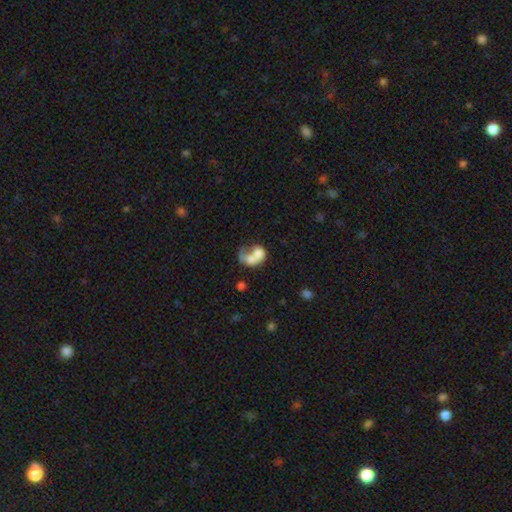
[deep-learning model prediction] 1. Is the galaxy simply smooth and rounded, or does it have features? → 58% smooth, 33% featured or disk, 9% star or artifact.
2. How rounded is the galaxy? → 56% in between, 42% round, 1% cigar-shaped.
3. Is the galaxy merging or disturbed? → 64% merger, 15% major disturbance, 14% none, 7% minor disturbance.